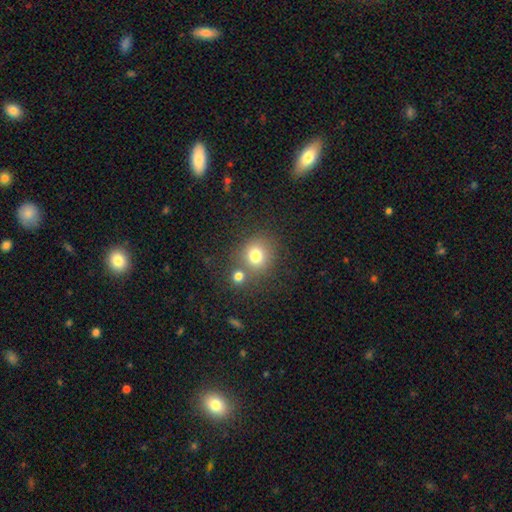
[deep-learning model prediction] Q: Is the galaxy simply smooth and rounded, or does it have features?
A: smooth — 76%.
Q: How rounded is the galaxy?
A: round — 84%.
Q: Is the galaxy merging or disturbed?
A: none — 62%.